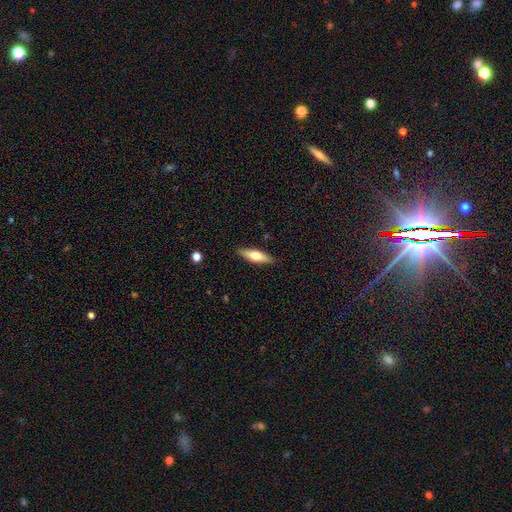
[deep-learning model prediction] The model was most divided on "smooth or featured": smooth: 53%, featured or disk: 41%, star or artifact: 6%. More confident: merging — none (89%); how rounded — cigar-shaped (60%).